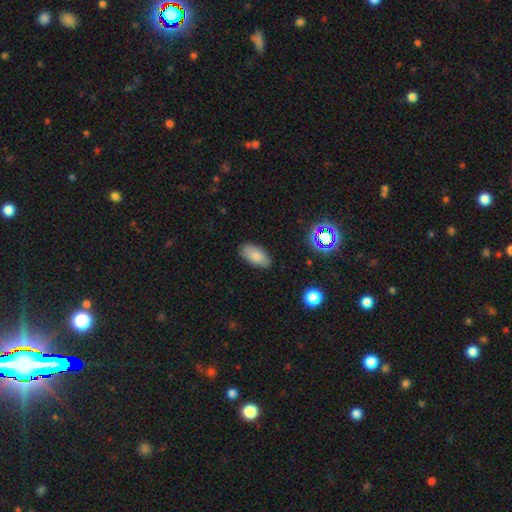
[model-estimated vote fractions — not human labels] Smooth or featured: smooth — 83% (star or artifact — 9%)
How rounded: in between — 93% (cigar-shaped — 4%)
Merging: none — 85% (minor disturbance — 12%)